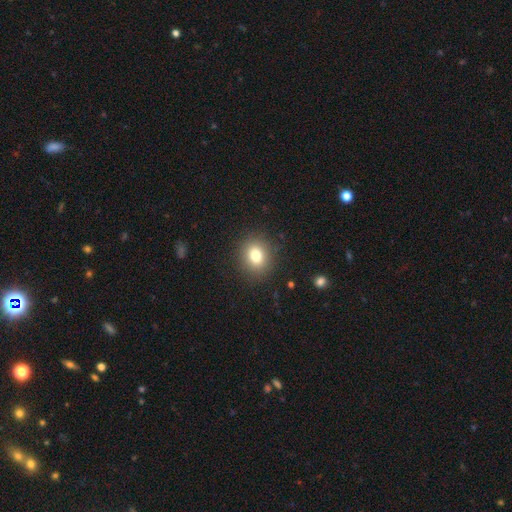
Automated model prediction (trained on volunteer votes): Smooth or featured? Predicted: smooth (p=0.79). How rounded? Predicted: round (p=0.64). Merging? Predicted: none (p=0.88).